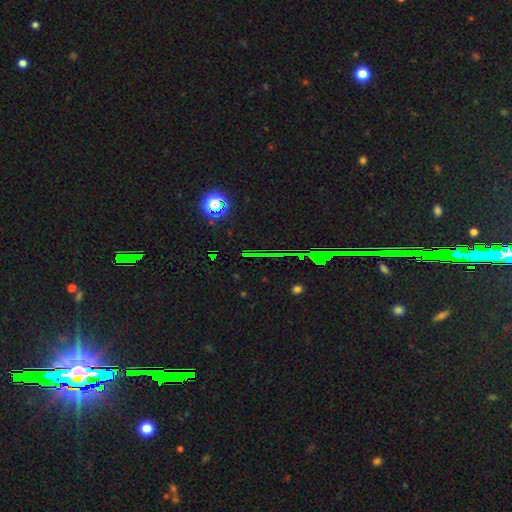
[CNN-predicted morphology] A star or artifact, not a galaxy (84%).

Vote fractions:
- Smooth or featured? star or artifact: 84% / smooth: 8% / featured or disk: 8%